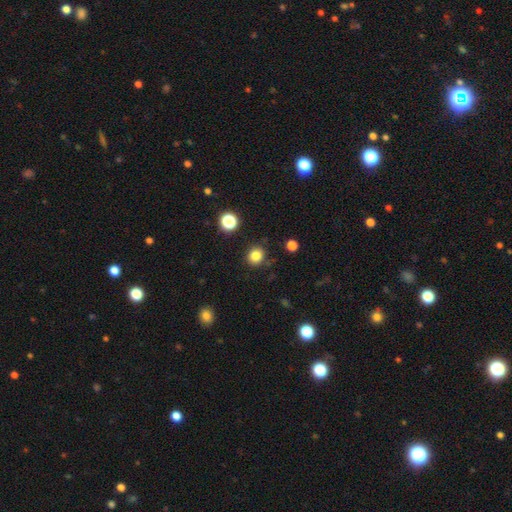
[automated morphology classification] Overall: smooth (83%). How rounded: round (83%). Merging: none (87%).